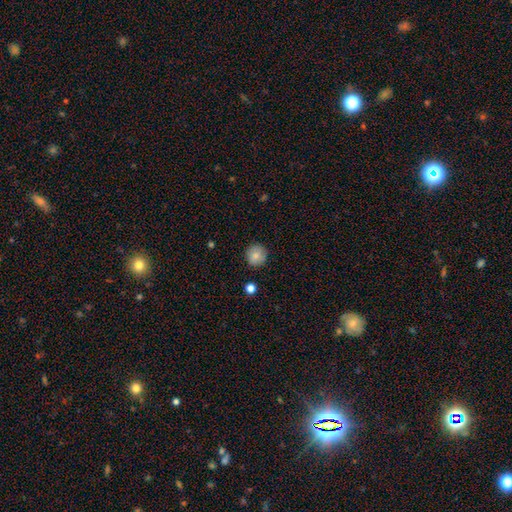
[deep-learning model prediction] The model was most divided on "smooth or featured": smooth: 82%, featured or disk: 9%, star or artifact: 8%. More confident: how rounded — round (92%); merging — none (86%).